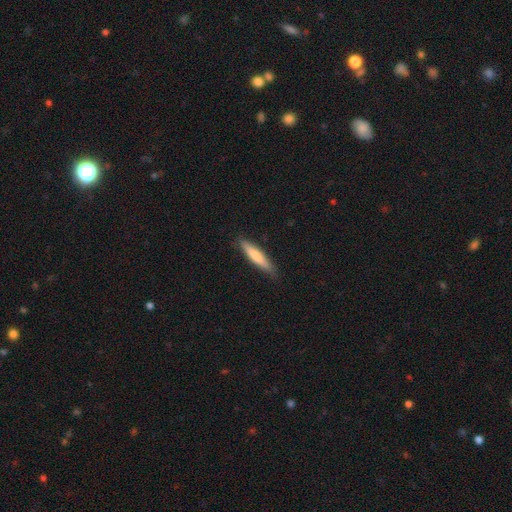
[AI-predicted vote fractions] A smooth galaxy with no disk features (73%) that is cigar-shaped (87%).

Vote fractions:
- Smooth or featured? smooth: 73% / featured or disk: 21% / star or artifact: 5%
- How rounded? cigar-shaped: 87% / in between: 11% / round: 1%
- Merging? none: 85% / minor disturbance: 12% / major disturbance: 2% / merger: 1%